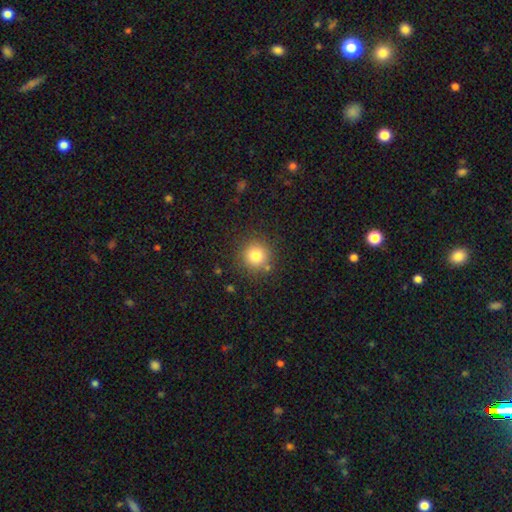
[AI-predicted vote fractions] Morphology: type=smooth (81%); roundness=round (93%); merging=none (85%).